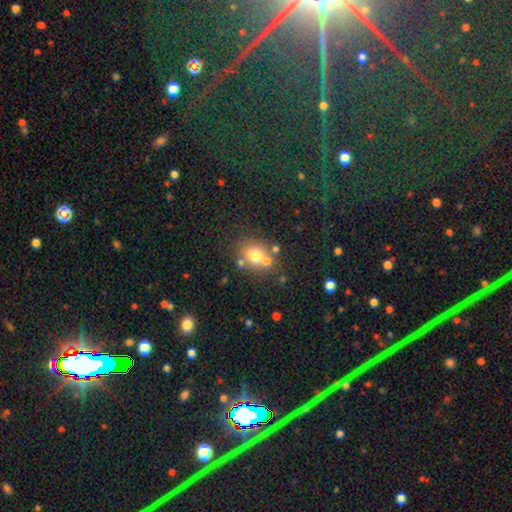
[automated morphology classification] Smooth or featured? smooth (69%)
How rounded? round (75%)
Merging? none (59%)